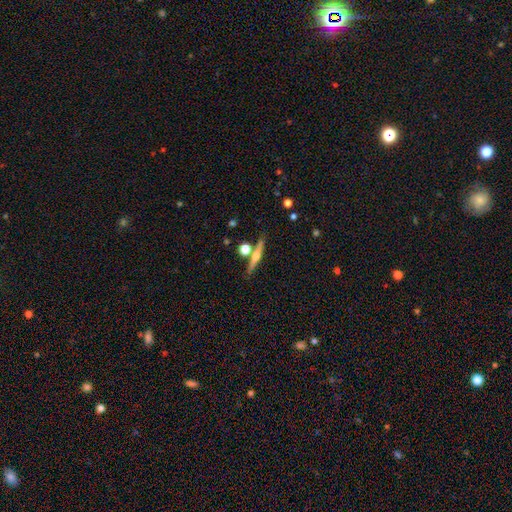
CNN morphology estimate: Smooth or featured: featured or disk — 64% (smooth — 29%)
Edge-on disk: yes — 96% (no — 4%)
Edge-on bulge: rounded — 90% (none — 6%)
Merging: none — 76% (merger — 12%)